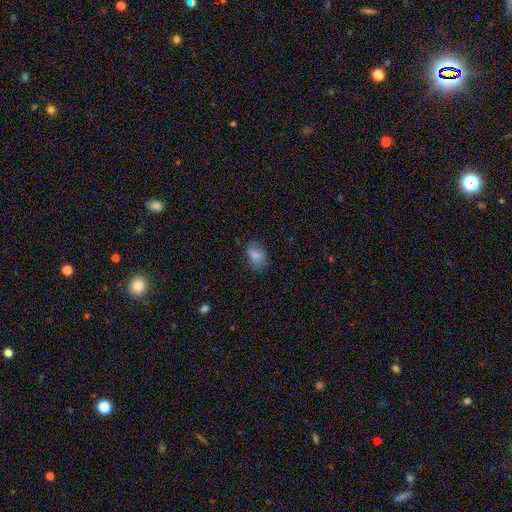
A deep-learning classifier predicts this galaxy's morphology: smooth-or-featured: smooth: 81% | featured or disk: 9% | star or artifact: 9%
  how-rounded: in between: 81% | round: 18% | cigar-shaped: 2%
  merging: none: 71% | minor disturbance: 21% | major disturbance: 6% | merger: 1%